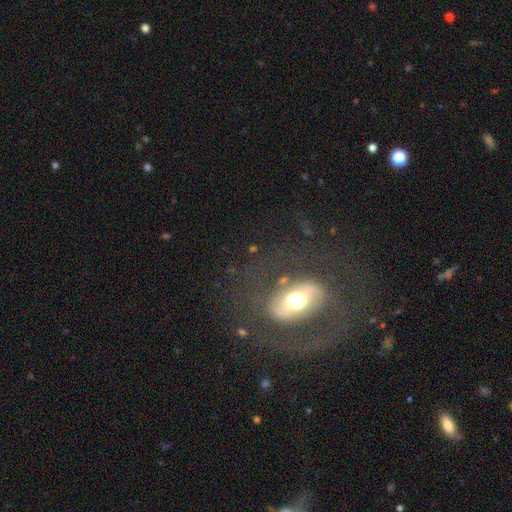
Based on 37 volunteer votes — Smooth or featured? 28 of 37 (76%) said featured or disk. Edge-on disk? 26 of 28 (93%) said no. Bar? 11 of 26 (42%) said weak. Spiral arms? 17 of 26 (65%) said yes. Spiral winding? 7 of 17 (41%) said medium. Spiral arm count? 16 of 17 (94%) said 2. Bulge size? 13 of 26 (50%) said moderate. Merging? 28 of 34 (82%) said none.